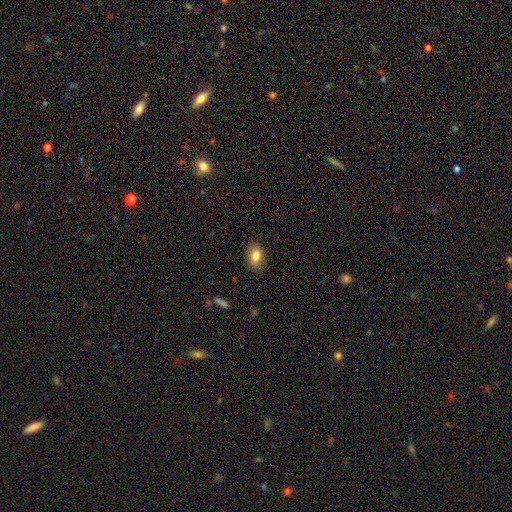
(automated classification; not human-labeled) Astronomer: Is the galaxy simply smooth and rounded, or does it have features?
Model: smooth — 83%.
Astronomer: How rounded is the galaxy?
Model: in between — 85%.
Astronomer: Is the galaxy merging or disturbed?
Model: none — 86%.